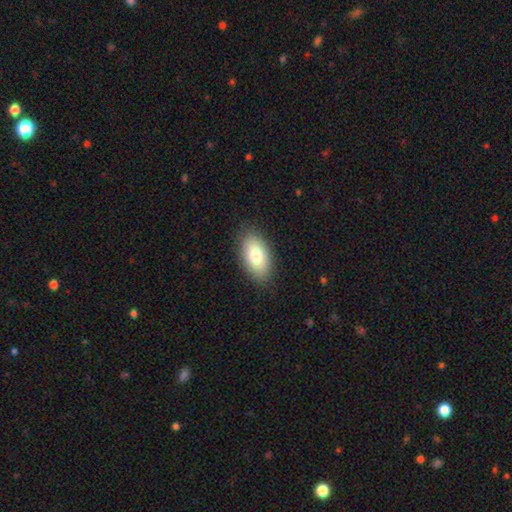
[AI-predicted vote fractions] smooth-or-featured: smooth: 77% | featured or disk: 15% | star or artifact: 8%
  how-rounded: in between: 93% | round: 5% | cigar-shaped: 2%
  merging: none: 87% | minor disturbance: 10% | major disturbance: 3% | merger: 1%